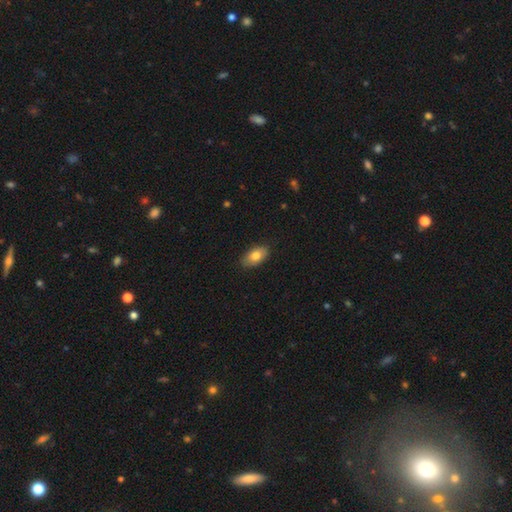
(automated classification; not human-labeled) smooth-or-featured: smooth: 80% | featured or disk: 13% | star or artifact: 7%
  how-rounded: in between: 92% | round: 5% | cigar-shaped: 3%
  merging: none: 86% | minor disturbance: 11% | major disturbance: 2% | merger: 1%